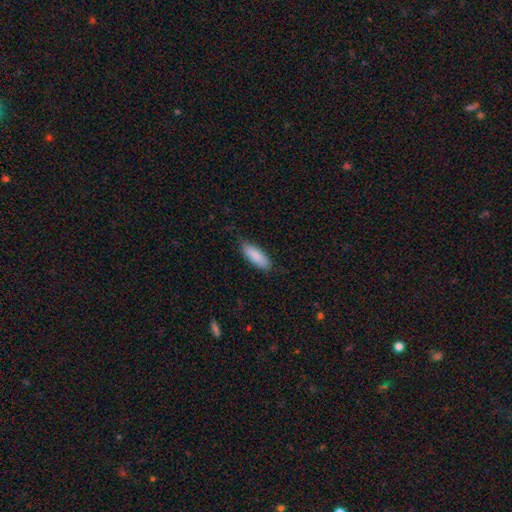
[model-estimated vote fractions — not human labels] Smooth or featured?
  - smooth: 89% *
  - featured or disk: 6%
  - star or artifact: 5%
How rounded?
  - in between: 67% *
  - cigar-shaped: 32%
  - round: 1%
Merging?
  - none: 80% *
  - minor disturbance: 16%
  - major disturbance: 3%
  - merger: 1%